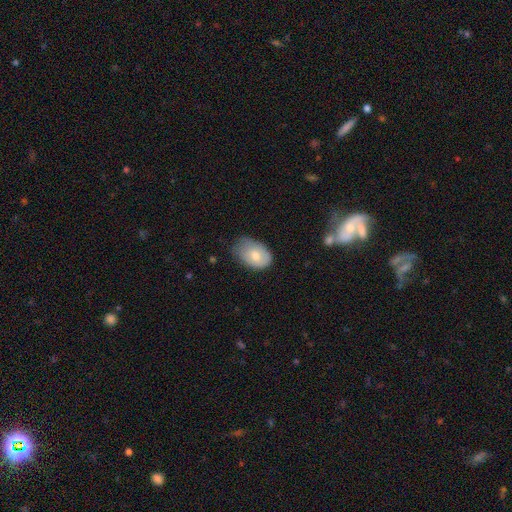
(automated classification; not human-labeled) Q: Smooth or featured?
A: smooth (72%); runner-up: featured or disk (22%)
Q: How rounded?
A: in between (85%); runner-up: round (14%)
Q: Merging?
A: none (49%); runner-up: minor disturbance (40%)